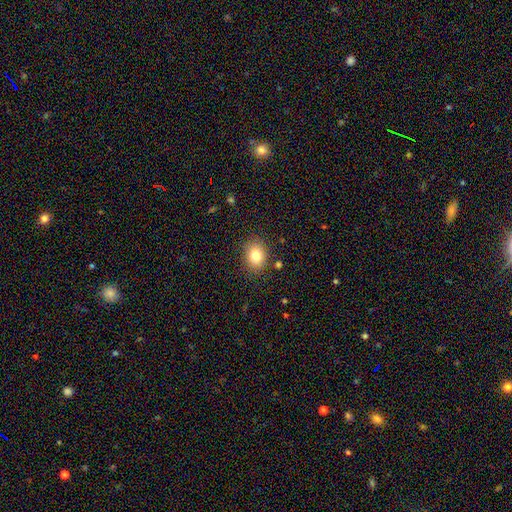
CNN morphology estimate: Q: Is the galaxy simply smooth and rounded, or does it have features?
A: smooth — 81%.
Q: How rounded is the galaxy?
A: in between — 52%.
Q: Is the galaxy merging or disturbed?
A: none — 86%.